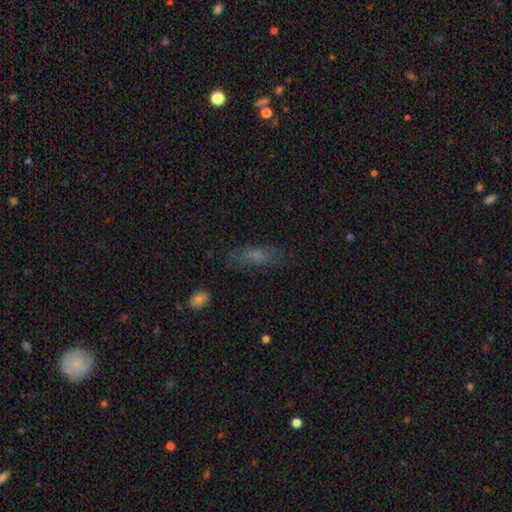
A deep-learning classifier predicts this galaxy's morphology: A smooth galaxy with no disk features (61%) that is in between round and cigar-shaped (52%). Merging: none (74%).